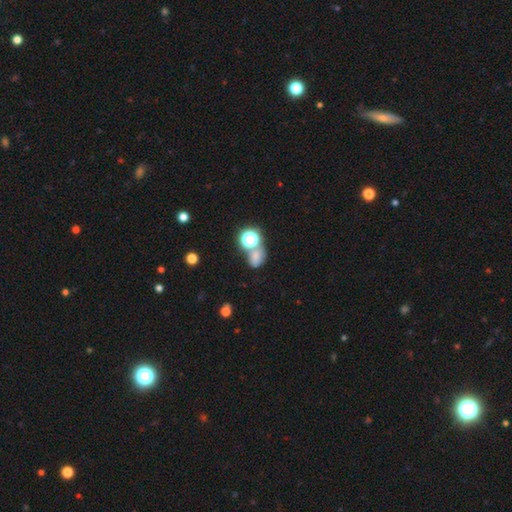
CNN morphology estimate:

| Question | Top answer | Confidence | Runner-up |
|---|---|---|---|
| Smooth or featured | smooth | 62% | star or artifact (27%) |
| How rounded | in between | 52% | round (47%) |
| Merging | none | 42% | merger (37%) |